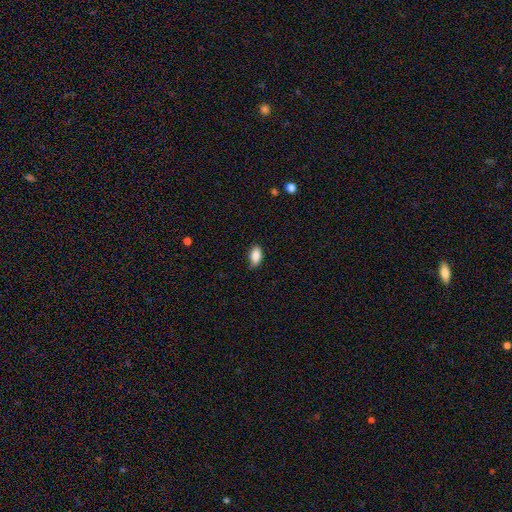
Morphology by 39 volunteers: Overall: smooth (87%). How rounded: in between (94%). Merging: none (80%).